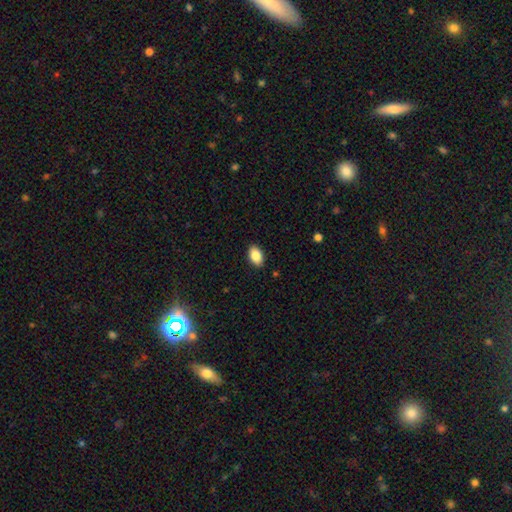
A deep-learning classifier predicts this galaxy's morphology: Smooth or featured? Predicted: smooth (p=0.86). How rounded? Predicted: in between (p=0.90). Merging? Predicted: none (p=0.89).